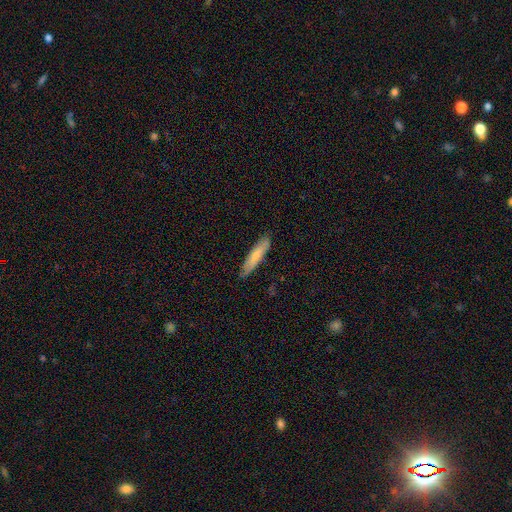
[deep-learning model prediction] Smooth or featured?
  - smooth: 73% *
  - featured or disk: 21%
  - star or artifact: 6%
How rounded?
  - cigar-shaped: 83% *
  - in between: 16%
  - round: 1%
Merging?
  - none: 83% *
  - minor disturbance: 13%
  - major disturbance: 2%
  - merger: 1%